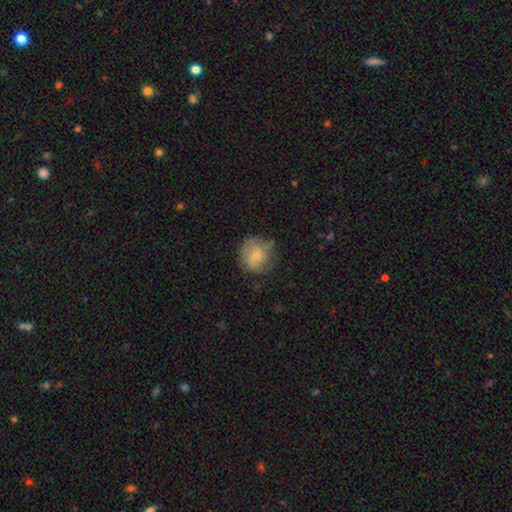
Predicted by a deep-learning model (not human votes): This is possibly a smooth galaxy (48%). Merging: possibly none (59%).